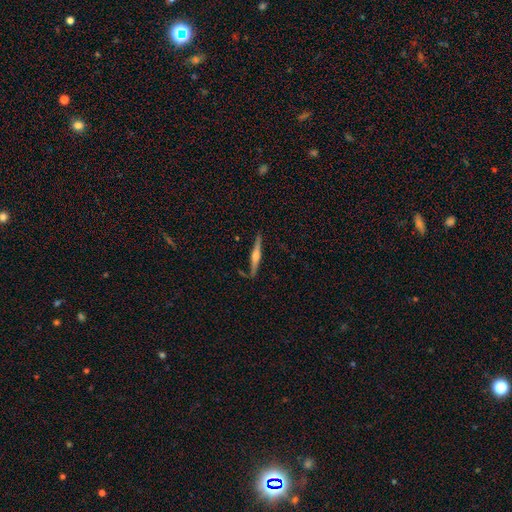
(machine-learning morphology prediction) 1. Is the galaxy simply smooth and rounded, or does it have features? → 72% featured or disk, 23% smooth, 6% star or artifact.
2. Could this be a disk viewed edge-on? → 98% yes, 2% no.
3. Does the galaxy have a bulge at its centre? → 79% rounded, 15% boxy, 6% none.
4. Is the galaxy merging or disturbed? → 86% none, 10% minor disturbance, 2% major disturbance, 2% merger.